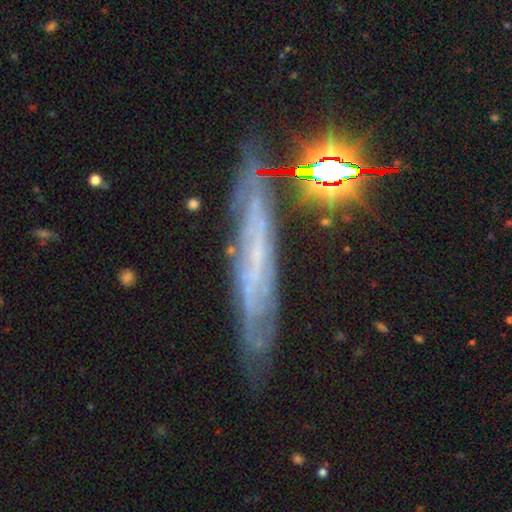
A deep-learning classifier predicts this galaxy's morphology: Overall: featured or disk (67%). Edge-on disk: yes (59%; no 41%). Merging: none (74%).